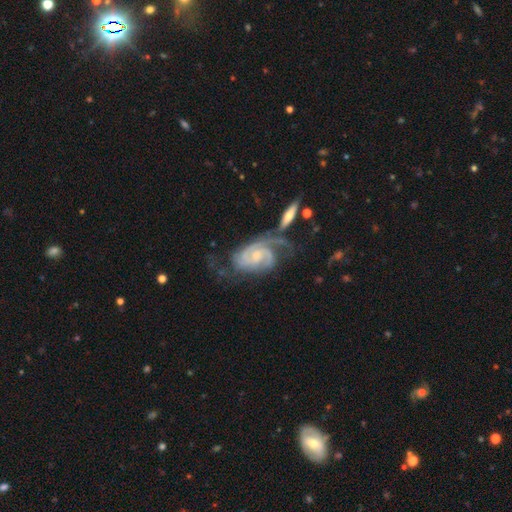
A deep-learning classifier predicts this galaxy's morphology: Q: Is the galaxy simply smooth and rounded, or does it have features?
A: featured or disk — 90%.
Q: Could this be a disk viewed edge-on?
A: no — 97%.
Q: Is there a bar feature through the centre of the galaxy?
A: no — 59%.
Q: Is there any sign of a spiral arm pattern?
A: yes — 98%.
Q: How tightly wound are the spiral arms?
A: tight — 55%.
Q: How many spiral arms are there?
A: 2 — 59%.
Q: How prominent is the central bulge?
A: small — 59%.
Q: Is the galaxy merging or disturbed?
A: none — 45%.